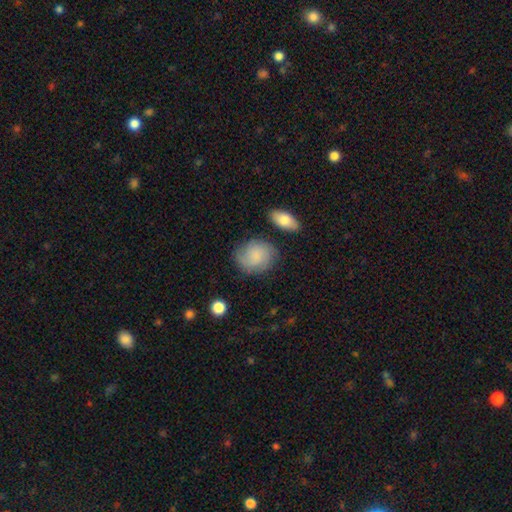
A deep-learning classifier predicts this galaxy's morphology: Smooth or featured? smooth (66%)
How rounded? round (65%)
Merging? none (74%)